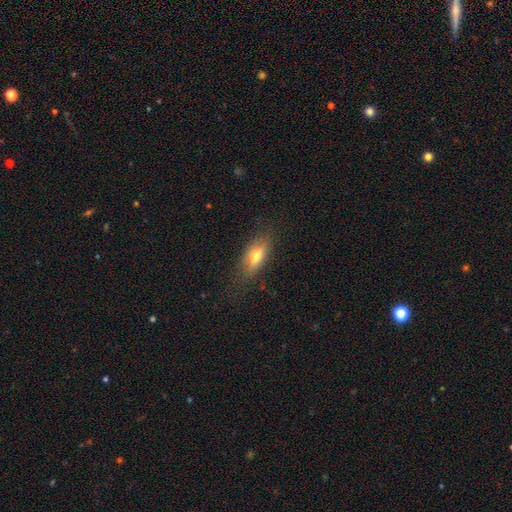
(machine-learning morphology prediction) A smooth galaxy with no disk features (62%) that is in between round and cigar-shaped (71%).

Vote fractions:
- Smooth or featured? smooth: 62% / featured or disk: 29% / star or artifact: 8%
- How rounded? in between: 71% / cigar-shaped: 24% / round: 5%
- Merging? none: 78% / minor disturbance: 15% / major disturbance: 5% / merger: 1%